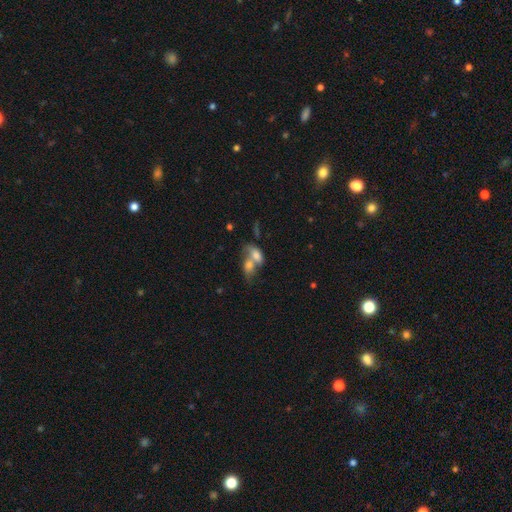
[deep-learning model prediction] Q: Smooth or featured?
A: smooth (66%); runner-up: featured or disk (24%)
Q: How rounded?
A: in between (82%); runner-up: round (14%)
Q: Merging?
A: merger (77%); runner-up: none (12%)